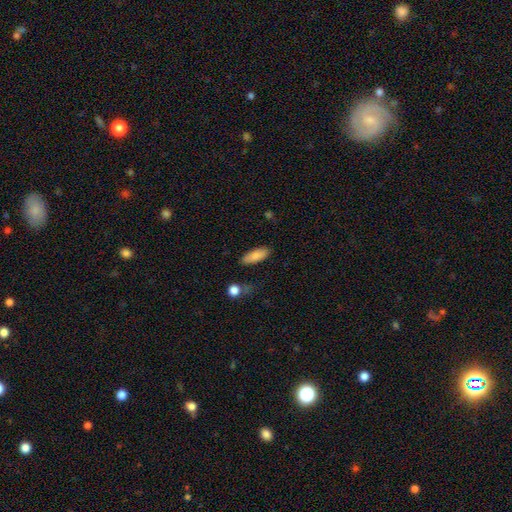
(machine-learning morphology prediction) The model was most divided on "how rounded": in between: 74%, cigar-shaped: 24%, round: 2%. More confident: smooth or featured — smooth (85%); merging — none (81%).